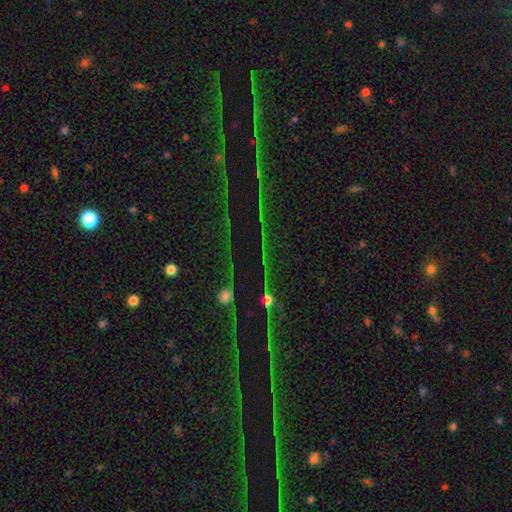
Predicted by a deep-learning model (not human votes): This is likely a star or artifact rather than a galaxy (66%).